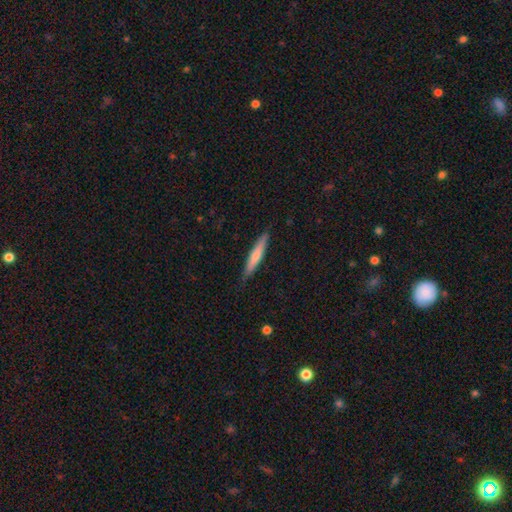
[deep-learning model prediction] Overall: smooth (64%; featured or disk 30%). How rounded: cigar-shaped (92%). Merging: none (86%).